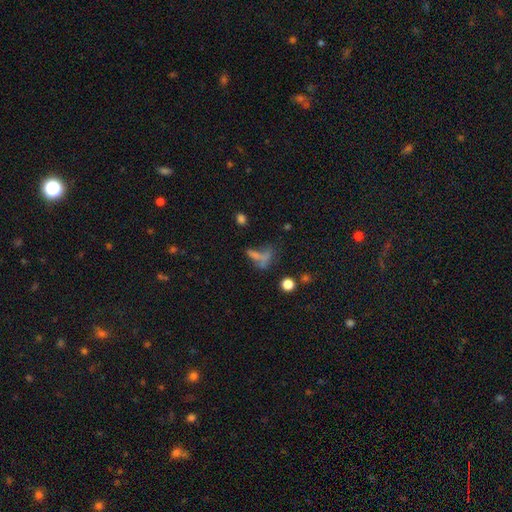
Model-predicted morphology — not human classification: smooth 51%, star or artifact 27%, featured or disk 22%. Down the decision tree: how rounded — in between (48%); merging — none (37%).